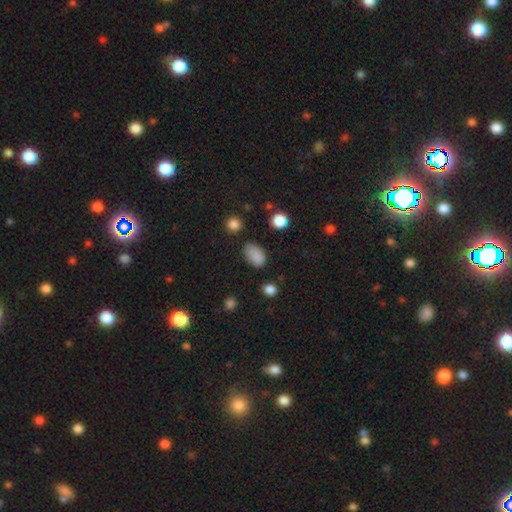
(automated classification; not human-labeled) smooth_or_featured: smooth (p=0.85) [alt: star or artifact p=0.11]
how_rounded: in between (p=0.89) [alt: round p=0.09]
merging: none (p=0.75) [alt: minor disturbance p=0.18]